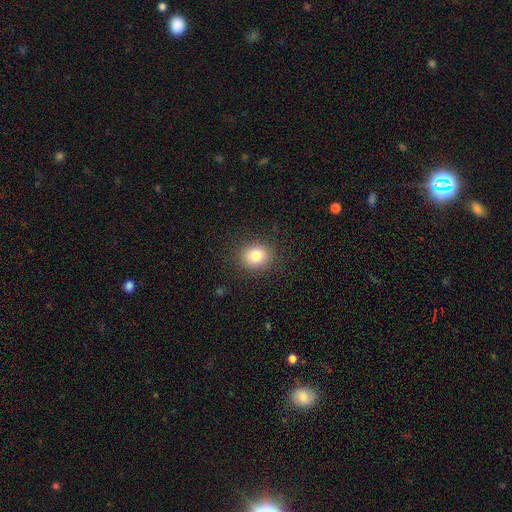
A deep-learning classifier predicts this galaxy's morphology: Smooth or featured: smooth — 81% (star or artifact — 11%)
How rounded: round — 74% (in between — 26%)
Merging: none — 89% (minor disturbance — 7%)